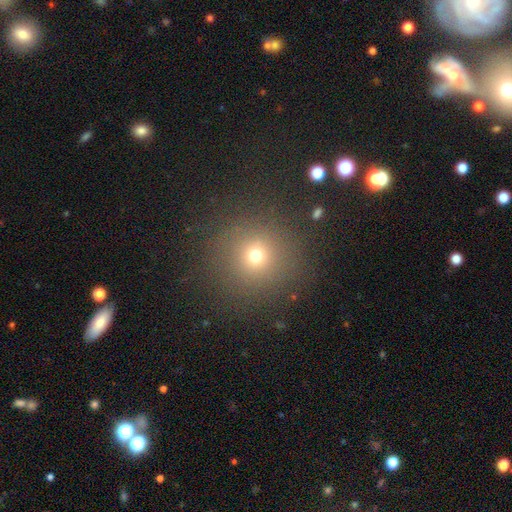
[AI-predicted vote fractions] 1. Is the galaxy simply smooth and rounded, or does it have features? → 68% smooth, 23% star or artifact, 9% featured or disk.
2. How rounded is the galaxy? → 92% round, 7% in between, 1% cigar-shaped.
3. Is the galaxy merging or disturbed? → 87% none, 7% minor disturbance, 4% major disturbance, 2% merger.